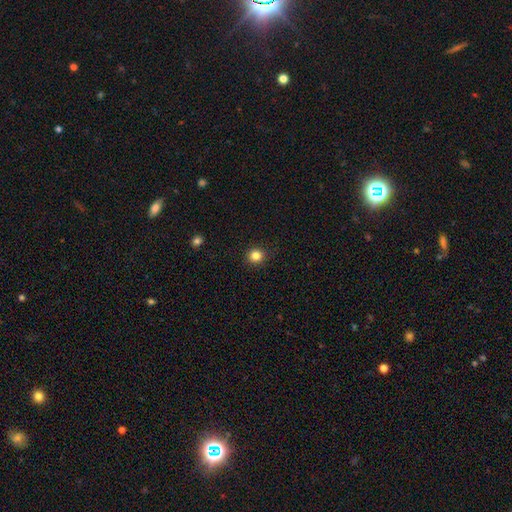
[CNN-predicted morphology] Smooth or featured: smooth — 83% (star or artifact — 12%)
How rounded: round — 92% (in between — 8%)
Merging: none — 91% (minor disturbance — 6%)